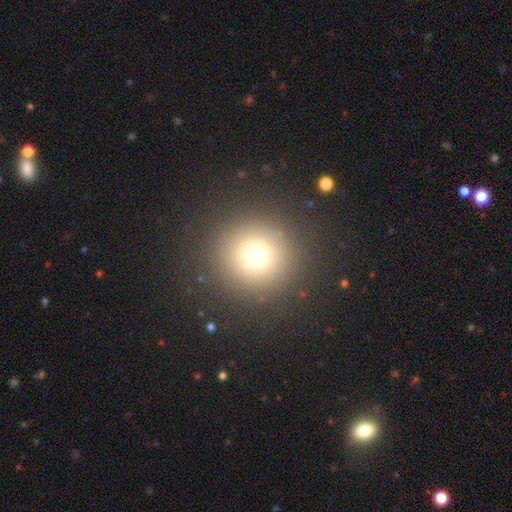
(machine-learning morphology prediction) Smooth or featured?
  - smooth: 71% *
  - star or artifact: 20%
  - featured or disk: 9%
How rounded?
  - round: 95% *
  - in between: 4%
  - cigar-shaped: 1%
Merging?
  - none: 91% *
  - minor disturbance: 5%
  - major disturbance: 3%
  - merger: 1%